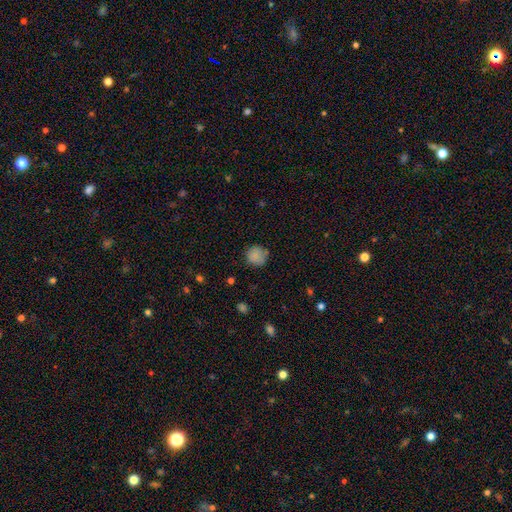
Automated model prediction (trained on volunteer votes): smooth 84%, star or artifact 10%, featured or disk 6%. Down the decision tree: how rounded — round (91%); merging — none (78%).